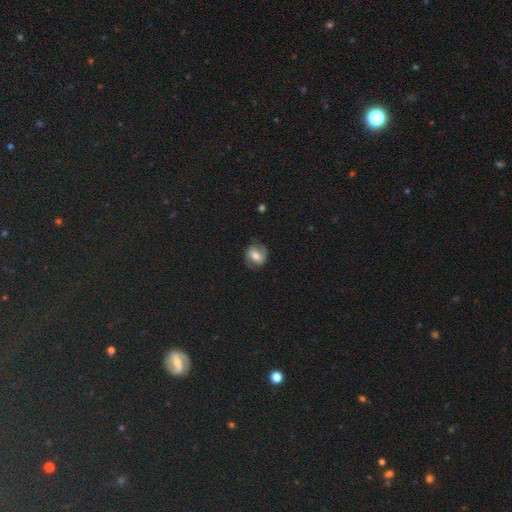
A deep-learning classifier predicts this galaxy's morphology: type=smooth (46%); merging=none (76%).